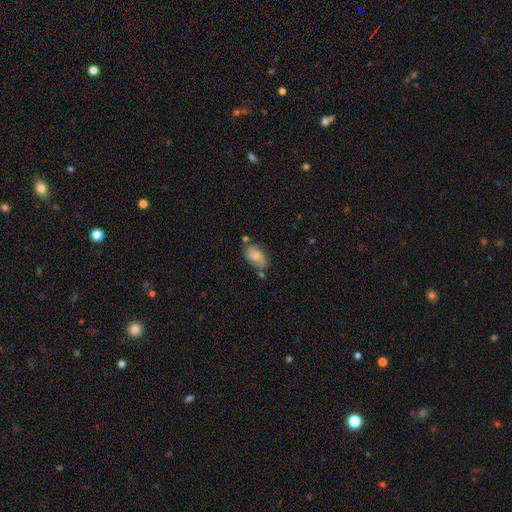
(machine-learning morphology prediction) Smooth or featured?
  - smooth: 75% *
  - featured or disk: 18%
  - star or artifact: 8%
How rounded?
  - in between: 91% *
  - round: 6%
  - cigar-shaped: 3%
Merging?
  - none: 57% *
  - minor disturbance: 23%
  - merger: 14%
  - major disturbance: 6%